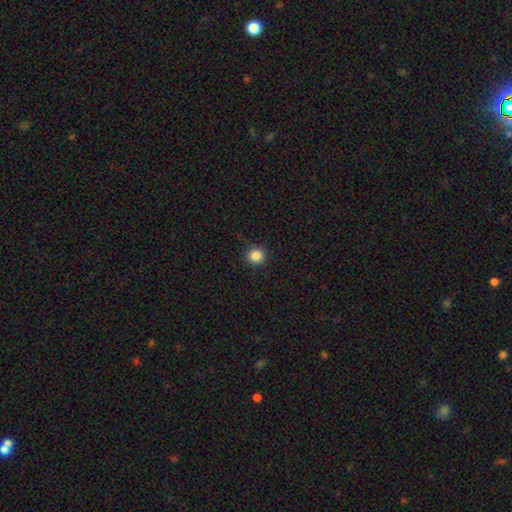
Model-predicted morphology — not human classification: A smooth galaxy with no disk features (85%) that is round (93%).

Vote fractions:
- Smooth or featured? smooth: 85% / star or artifact: 11% / featured or disk: 3%
- How rounded? round: 93% / in between: 6% / cigar-shaped: 1%
- Merging? none: 90% / minor disturbance: 7% / major disturbance: 2% / merger: 1%